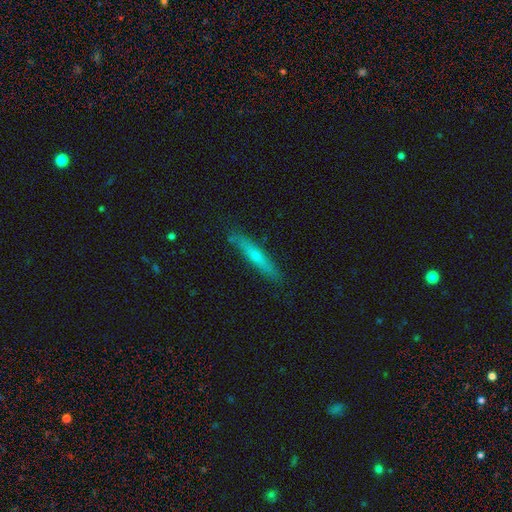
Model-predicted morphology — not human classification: A smooth galaxy with no disk features (48%). Merging: none (87%).